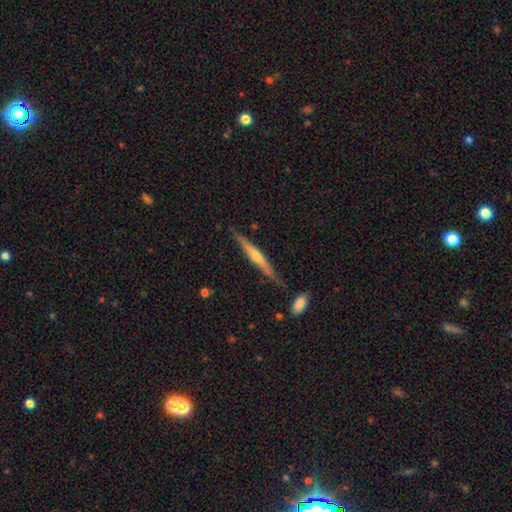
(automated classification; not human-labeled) Overall: featured or disk (69%). Edge-on disk: yes (97%). Edge-on bulge: rounded (74%). Merging: none (83%).